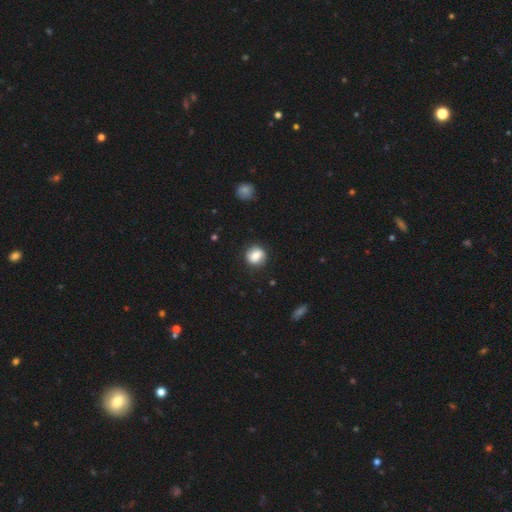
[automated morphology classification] A smooth galaxy with no disk features (78%) that is round (82%).

Vote fractions:
- Smooth or featured? smooth: 78% / featured or disk: 14% / star or artifact: 8%
- How rounded? round: 82% / in between: 17% / cigar-shaped: 1%
- Merging? none: 84% / minor disturbance: 11% / major disturbance: 3% / merger: 1%